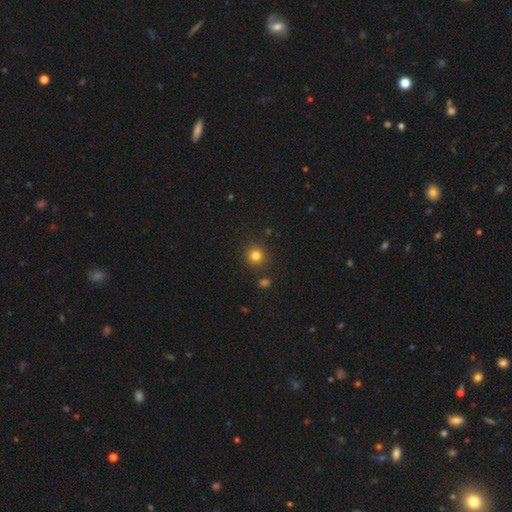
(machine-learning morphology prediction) smooth_or_featured: smooth (p=0.81) [alt: star or artifact p=0.14]
how_rounded: round (p=0.93) [alt: in between p=0.06]
merging: none (p=0.88) [alt: minor disturbance p=0.06]